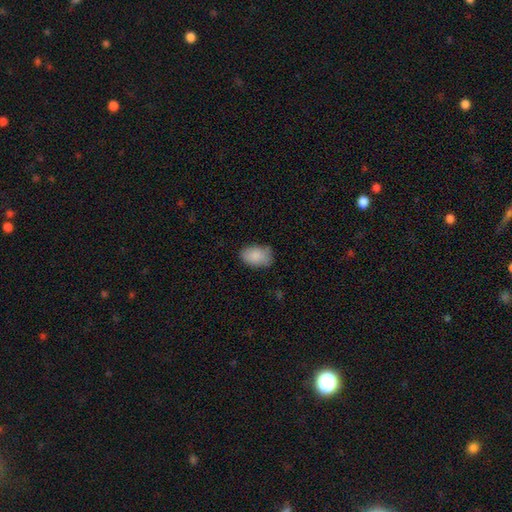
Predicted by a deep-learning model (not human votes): Smooth or featured? Predicted: smooth (p=0.86). How rounded? Predicted: in between (p=0.86). Merging? Predicted: none (p=0.69).